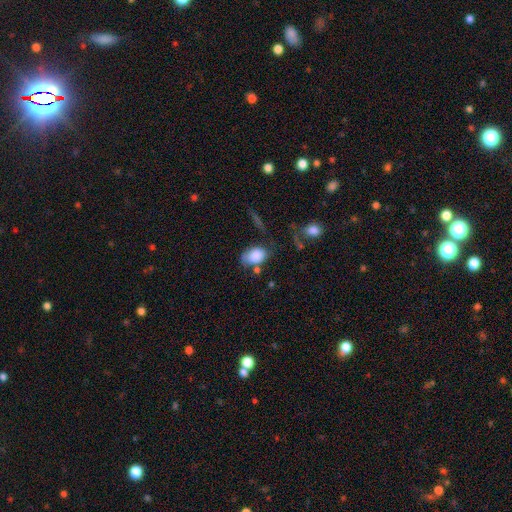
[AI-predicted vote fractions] smooth_or_featured: smooth (p=0.83) [alt: featured or disk p=0.09]
how_rounded: in between (p=0.79) [alt: round p=0.19]
merging: none (p=0.49) [alt: minor disturbance p=0.25]